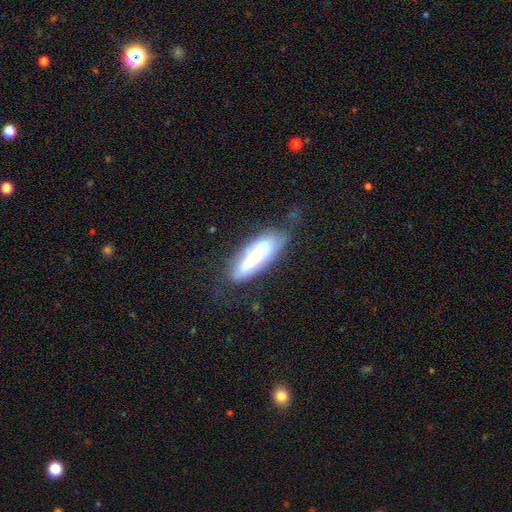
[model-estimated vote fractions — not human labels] smooth 48%, featured or disk 44%, star or artifact 8%. Down the decision tree: merging — none (58%).